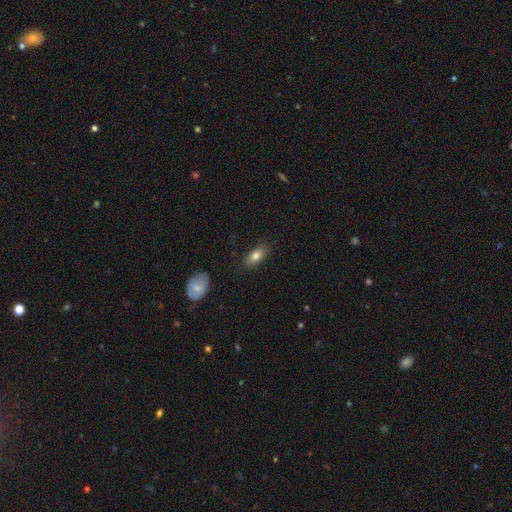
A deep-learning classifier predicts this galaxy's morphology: Overall: smooth (80%). How rounded: in between (83%). Merging: none (83%).